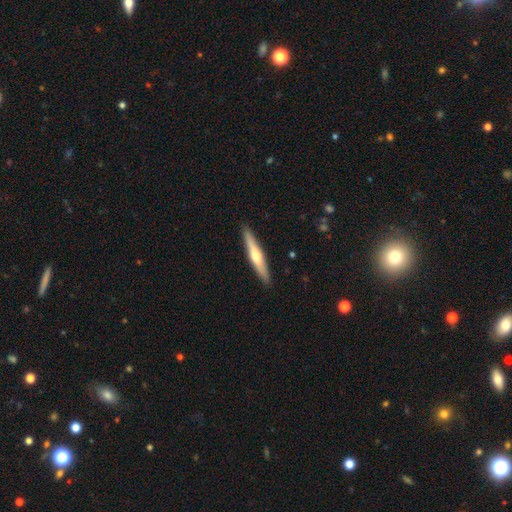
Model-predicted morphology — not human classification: smooth_or_featured: featured or disk (p=0.52) [alt: smooth p=0.43]
disk_edge_on: yes (p=0.94) [alt: no p=0.06]
merging: none (p=0.91) [alt: minor disturbance p=0.07]